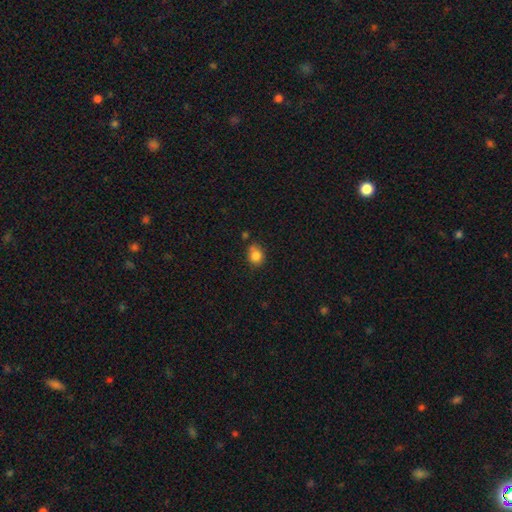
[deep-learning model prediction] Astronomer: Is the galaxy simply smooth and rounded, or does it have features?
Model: smooth — 83%.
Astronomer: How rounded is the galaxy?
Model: round — 64%.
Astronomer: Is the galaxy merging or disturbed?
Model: none — 65%.